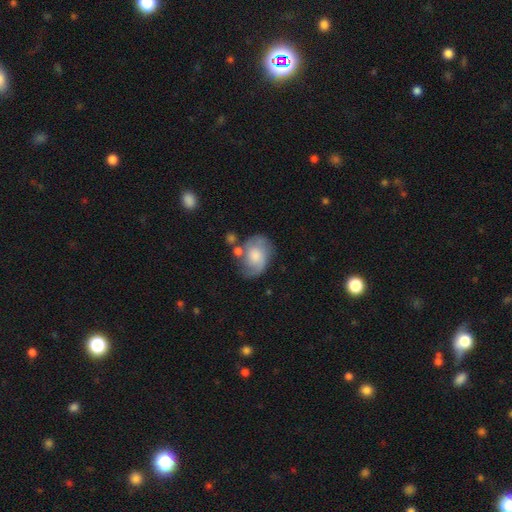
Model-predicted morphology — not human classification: smooth-or-featured: featured or disk: 60% | smooth: 32% | star or artifact: 7%
  disk-edge-on: no: 97% | yes: 3%
    bar: no: 69% | weak: 27% | strong: 4%
    has-spiral-arms: yes: 86% | no: 14%
      spiral-winding: medium: 46% | loose: 30% | tight: 25%
      spiral-arm-count: 2: 73% | can't tell: 13% | 1: 7% | 3: 4% | 4: 2% | more than 4: 2%
    bulge-size: moderate: 38% | small: 23% | large: 21% | none: 15% | dominant: 3%
  merging: none: 54% | minor disturbance: 23% | merger: 12% | major disturbance: 11%